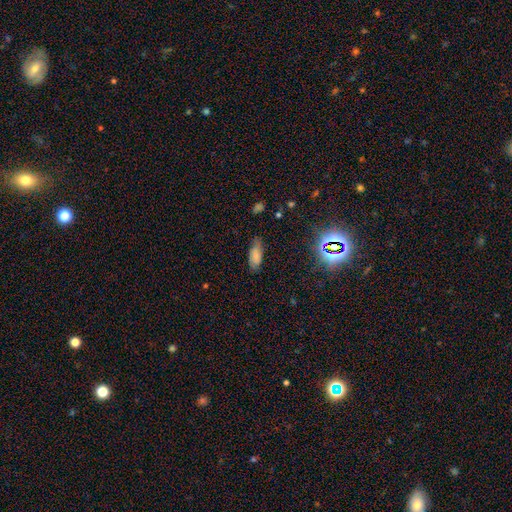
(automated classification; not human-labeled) smooth 75%, featured or disk 13%, star or artifact 12%. Down the decision tree: how rounded — in between (79%); merging — none (72%).